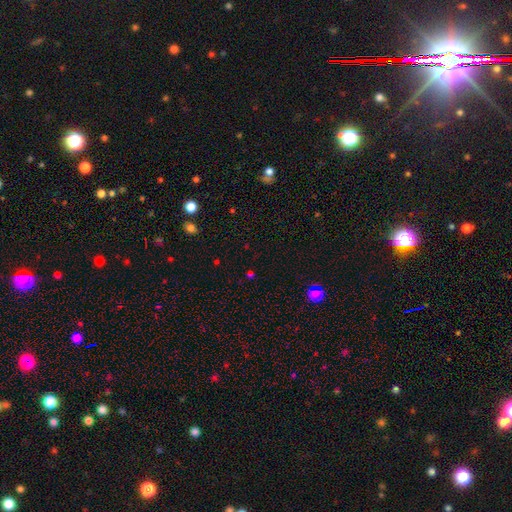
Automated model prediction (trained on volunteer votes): smooth-or-featured: star or artifact: 57% | smooth: 36% | featured or disk: 7%